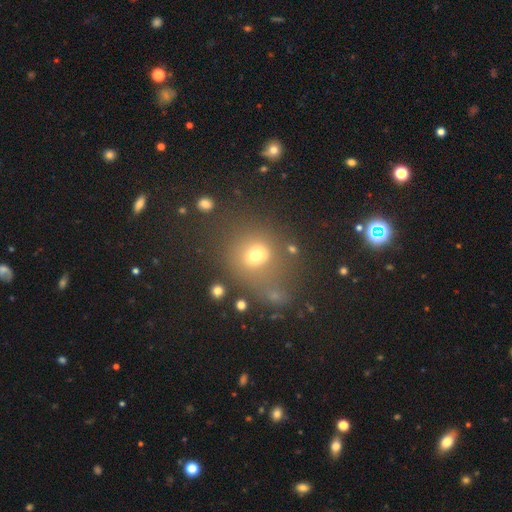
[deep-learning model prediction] A smooth galaxy with no disk features (66%) that is round (76%).

Vote fractions:
- Smooth or featured? smooth: 66% / star or artifact: 20% / featured or disk: 14%
- How rounded? round: 76% / in between: 23% / cigar-shaped: 1%
- Merging? none: 53% / minor disturbance: 17% / major disturbance: 17% / merger: 13%